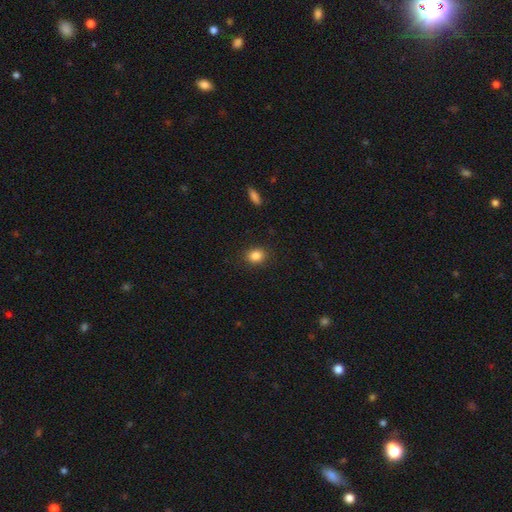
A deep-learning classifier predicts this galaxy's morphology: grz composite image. It shows a smooth galaxy with no disk features (85%) that is round (51%). Merging: none (88%).